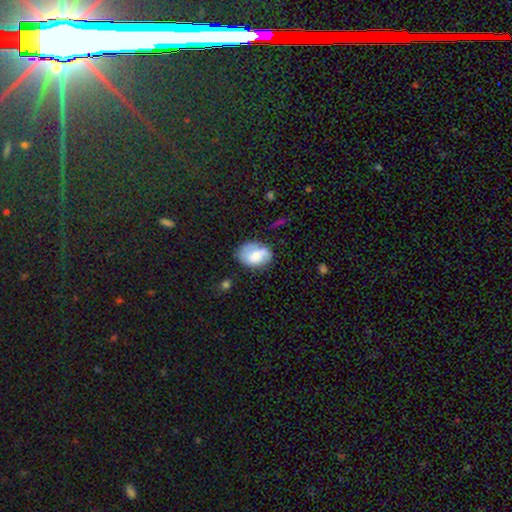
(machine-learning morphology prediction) smooth-or-featured: smooth: 62% | featured or disk: 31% | star or artifact: 7%
  how-rounded: in between: 75% | round: 24% | cigar-shaped: 1%
  merging: none: 62% | minor disturbance: 25% | major disturbance: 8% | merger: 5%